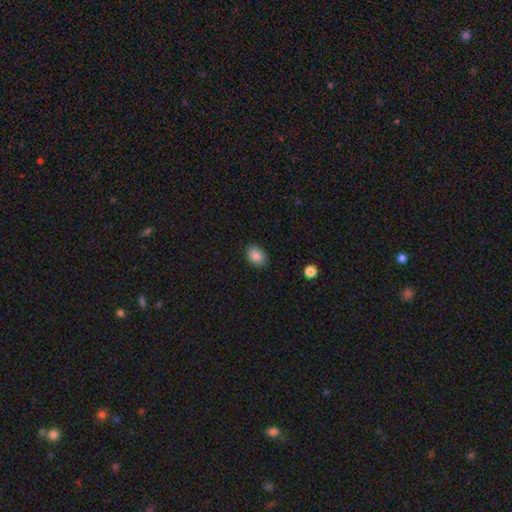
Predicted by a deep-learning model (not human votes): The model was most divided on "how rounded": in between: 68%, round: 31%, cigar-shaped: 1%. More confident: smooth or featured — smooth (86%); merging — none (86%).